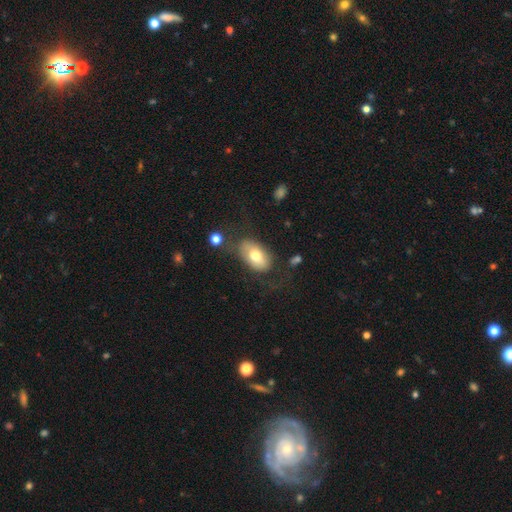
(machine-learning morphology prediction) Smooth or featured? smooth (66%)
How rounded? in between (90%)
Merging? none (59%)